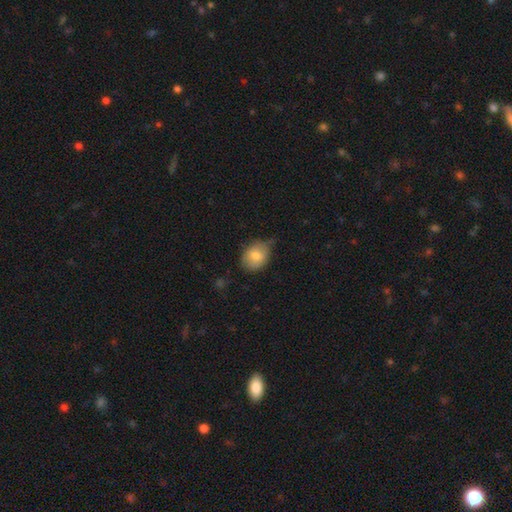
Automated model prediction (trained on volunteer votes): This appears to be a smooth galaxy with no disk features (77%) that is in between round and cigar-shaped (53%). Merging: none (60%).